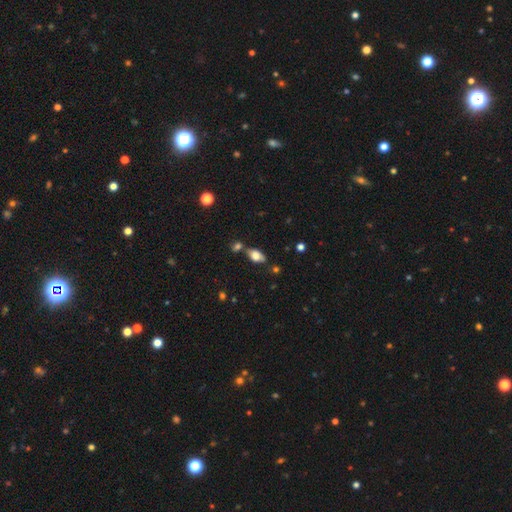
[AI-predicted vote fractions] smooth 75%, featured or disk 15%, star or artifact 10%. Down the decision tree: how rounded — in between (87%); merging — none (59%).